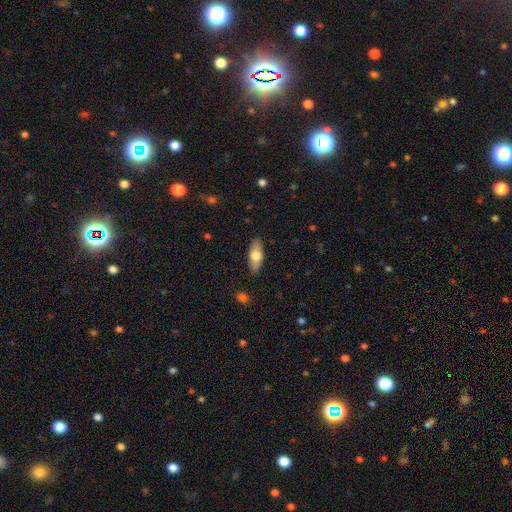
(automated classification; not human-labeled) Morphology: type=smooth (65%); roundness=in between (73%); merging=none (87%).